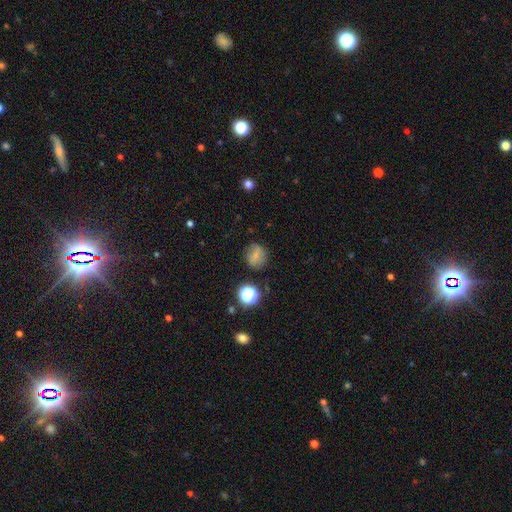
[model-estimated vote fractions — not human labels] Smooth or featured? smooth (67%)
How rounded? round (81%)
Merging? none (78%)